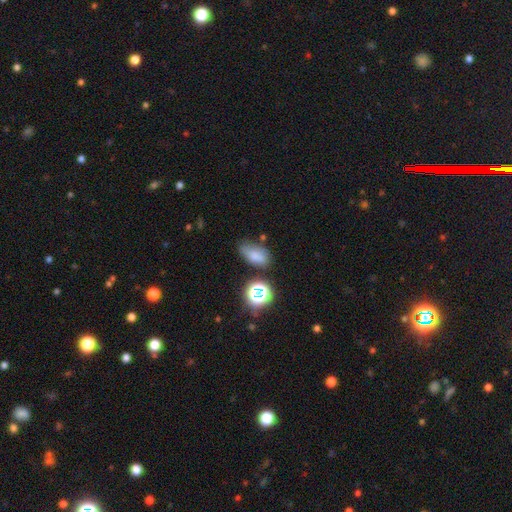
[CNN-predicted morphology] smooth_or_featured: smooth (p=0.73) [alt: star or artifact p=0.16]
how_rounded: in between (p=0.86) [alt: round p=0.11]
merging: none (p=0.61) [alt: minor disturbance p=0.23]